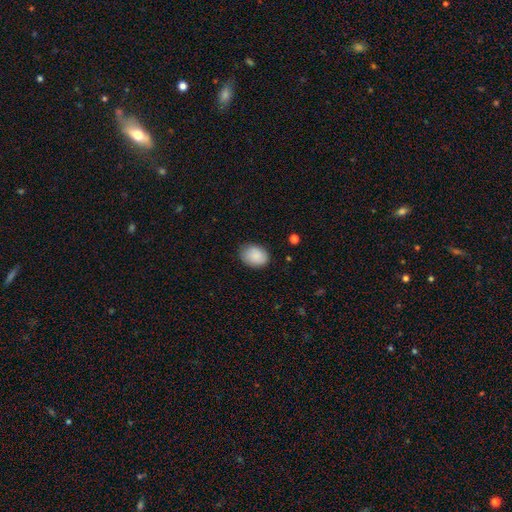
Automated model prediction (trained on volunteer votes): This appears to be a smooth galaxy with no disk features (89%) that is in between round and cigar-shaped (68%). Merging: none (80%).